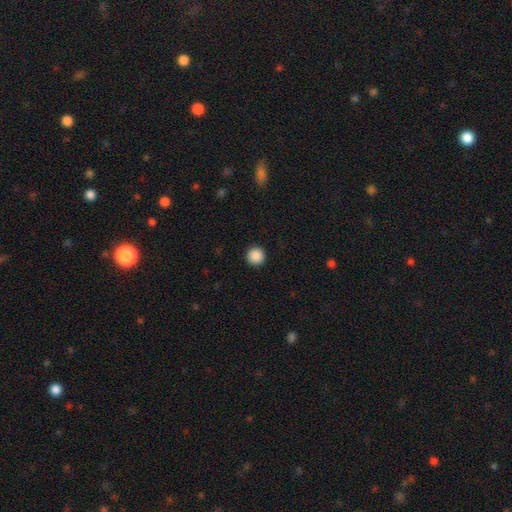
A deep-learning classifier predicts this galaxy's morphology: Smooth or featured? Predicted: smooth (p=0.89). How rounded? Predicted: round (p=0.96). Merging? Predicted: none (p=0.93).